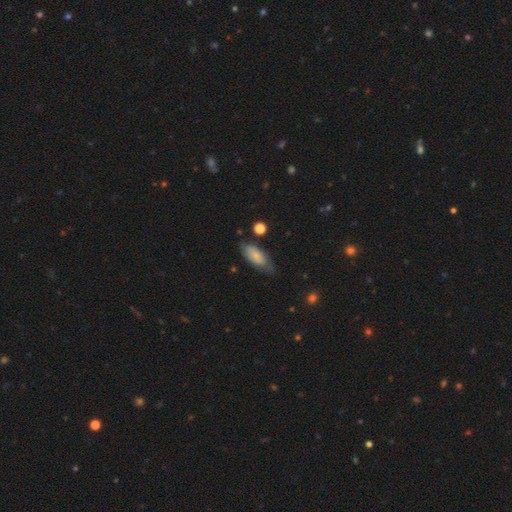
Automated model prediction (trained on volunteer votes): This is likely a smooth galaxy (73%). How rounded: clearly in between (80%). Merging: likely none (64%).